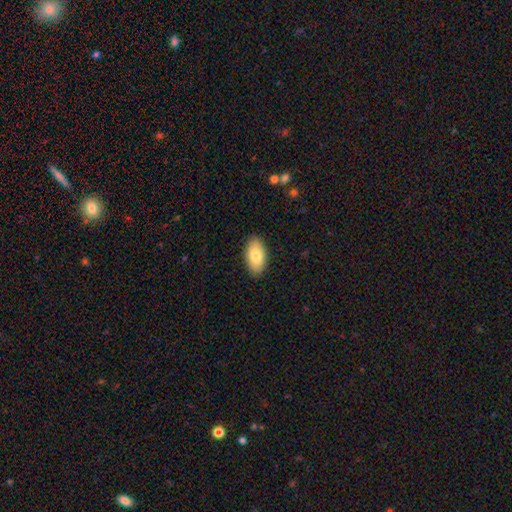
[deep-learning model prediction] Smooth or featured: smooth — 81% (featured or disk — 12%)
How rounded: in between — 94% (round — 3%)
Merging: none — 89% (minor disturbance — 8%)